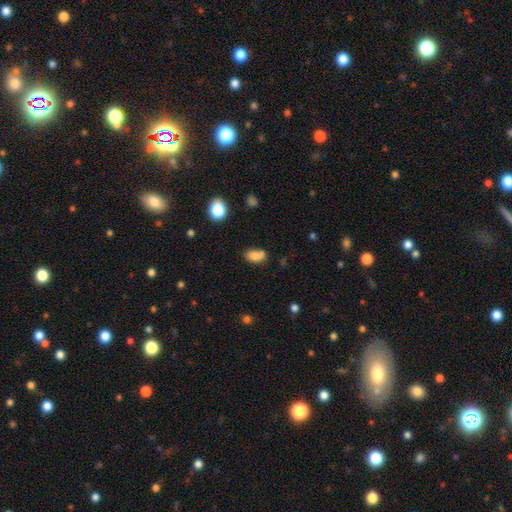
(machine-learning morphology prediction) smooth 80%, star or artifact 11%, featured or disk 10%. Down the decision tree: how rounded — in between (86%); merging — none (53%).